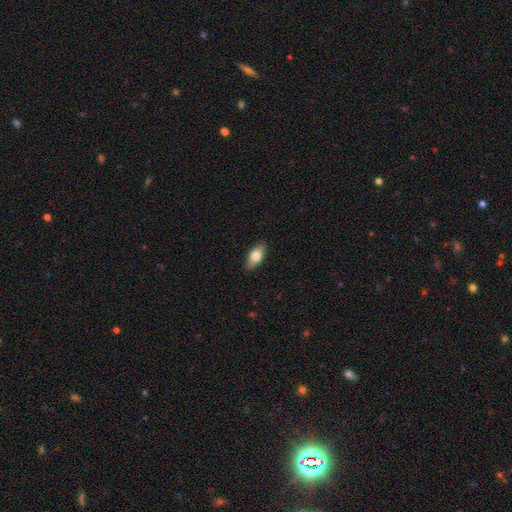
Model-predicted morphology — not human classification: This is likely a smooth galaxy (77%). How rounded: clearly in between (88%). Merging: clearly none (88%).